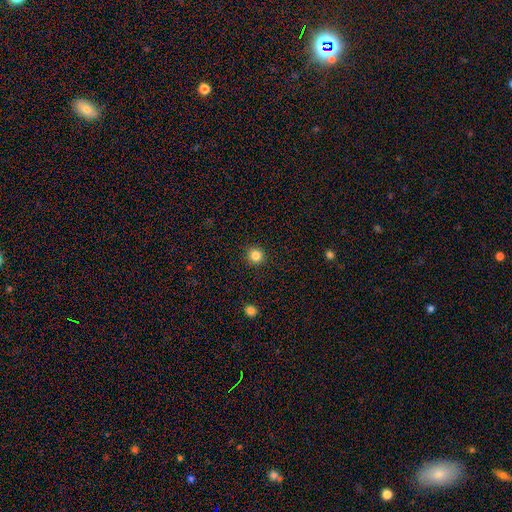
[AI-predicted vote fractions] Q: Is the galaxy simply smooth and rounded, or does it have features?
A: smooth — 84%.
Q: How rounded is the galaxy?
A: round — 94%.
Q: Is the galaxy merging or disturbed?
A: none — 92%.